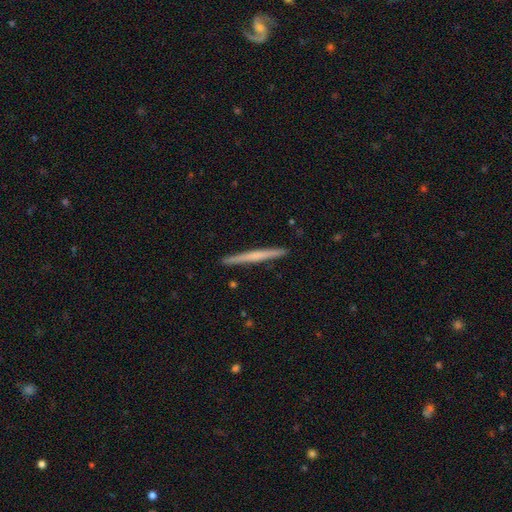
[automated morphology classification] Q: Smooth or featured?
A: featured or disk (50%); runner-up: smooth (44%)
Q: Edge-on disk?
A: yes (98%); runner-up: no (2%)
Q: Merging?
A: none (92%); runner-up: minor disturbance (5%)